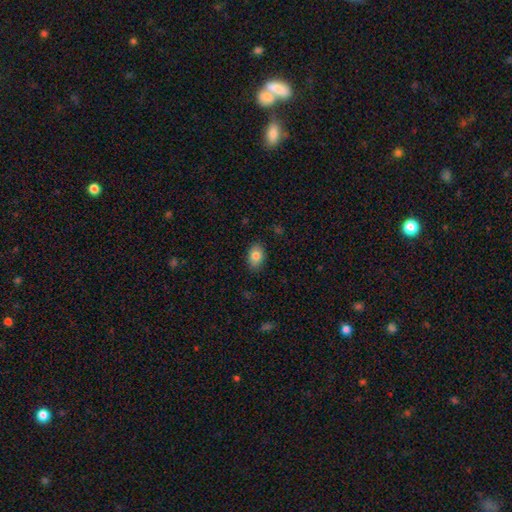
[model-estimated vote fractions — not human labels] A smooth galaxy with no disk features (82%) that is in between round and cigar-shaped (85%).

Vote fractions:
- Smooth or featured? smooth: 82% / featured or disk: 10% / star or artifact: 8%
- How rounded? in between: 85% / round: 14% / cigar-shaped: 1%
- Merging? none: 87% / minor disturbance: 10% / major disturbance: 2% / merger: 1%